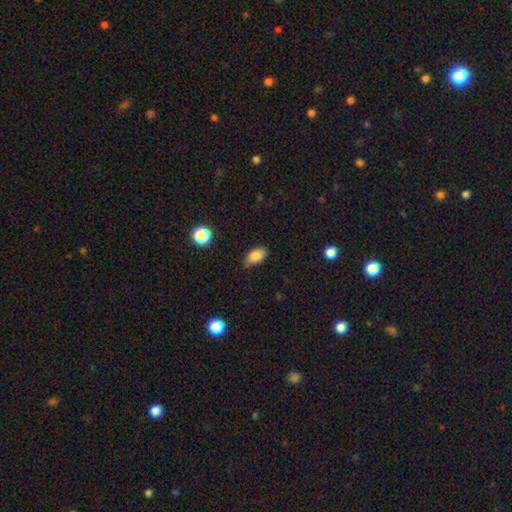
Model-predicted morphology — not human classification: smooth 86%, star or artifact 9%, featured or disk 5%. Down the decision tree: how rounded — in between (90%); merging — none (75%).